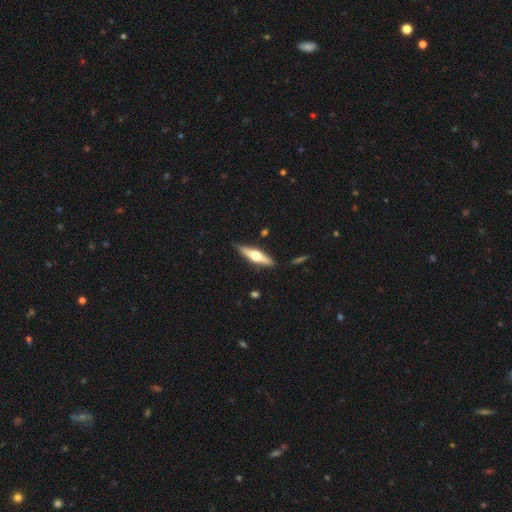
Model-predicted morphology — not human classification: Smooth or featured? Predicted: featured or disk (p=0.60). Edge-on disk? Predicted: yes (p=0.94). Edge-on bulge? Predicted: rounded (p=0.95). Merging? Predicted: none (p=0.87).